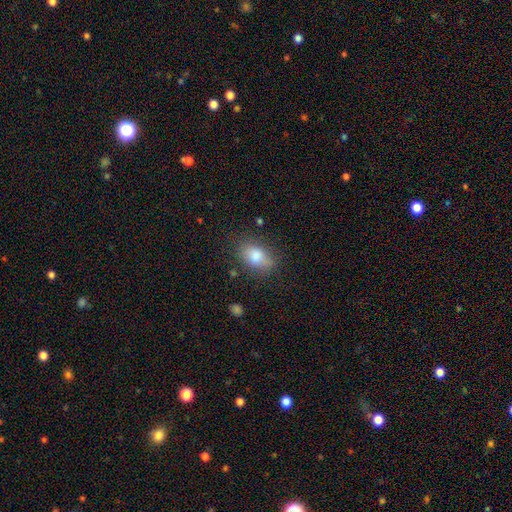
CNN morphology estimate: smooth 80%, featured or disk 12%, star or artifact 8%. Down the decision tree: how rounded — in between (83%); merging — none (70%).